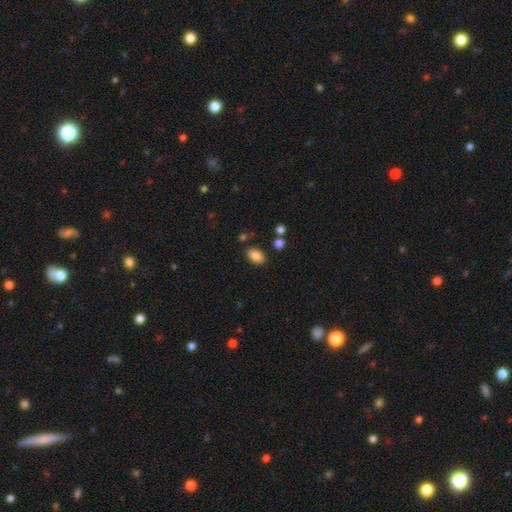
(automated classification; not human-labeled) Overall: smooth (85%). How rounded: in between (87%). Merging: none (83%).